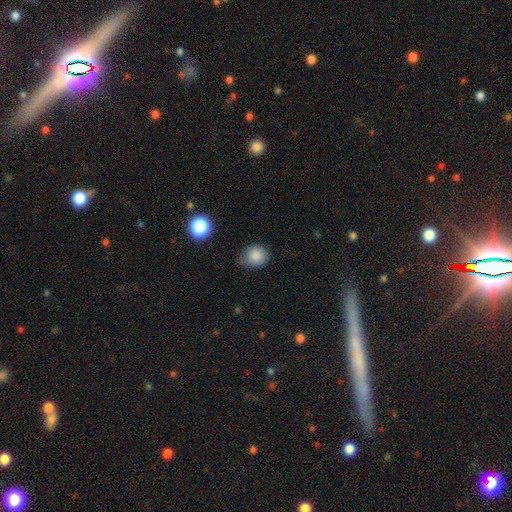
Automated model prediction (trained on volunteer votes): A smooth galaxy with no disk features (85%) that is round (71%).

Vote fractions:
- Smooth or featured? smooth: 85% / star or artifact: 10% / featured or disk: 5%
- How rounded? round: 71% / in between: 28% / cigar-shaped: 1%
- Merging? none: 67% / minor disturbance: 26% / major disturbance: 5% / merger: 2%